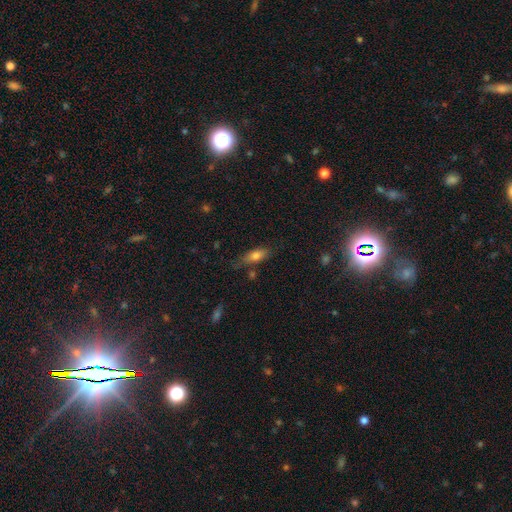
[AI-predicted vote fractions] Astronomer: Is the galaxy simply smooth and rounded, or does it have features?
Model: smooth — 73%.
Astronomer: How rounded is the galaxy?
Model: in between — 69%.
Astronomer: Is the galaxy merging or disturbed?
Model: none — 67%.